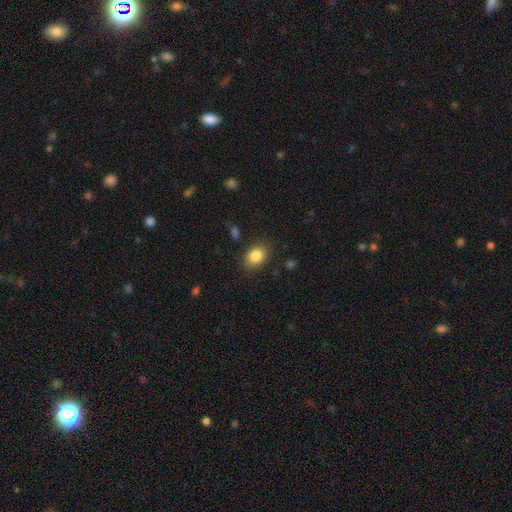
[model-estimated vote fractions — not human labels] A smooth galaxy with no disk features (85%) that is in between round and cigar-shaped (73%).

Vote fractions:
- Smooth or featured? smooth: 85% / star or artifact: 9% / featured or disk: 7%
- How rounded? in between: 73% / round: 26% / cigar-shaped: 1%
- Merging? none: 84% / minor disturbance: 11% / major disturbance: 3% / merger: 2%